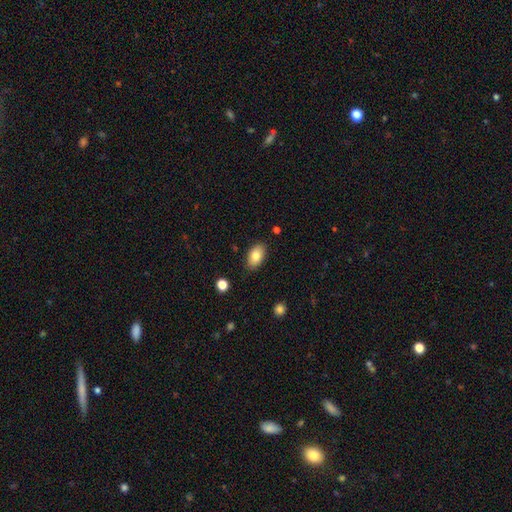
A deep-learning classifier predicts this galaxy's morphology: Overall: smooth (82%). How rounded: in between (92%). Merging: none (85%).